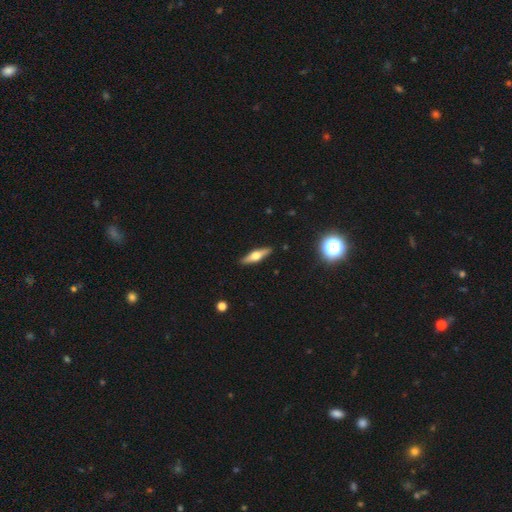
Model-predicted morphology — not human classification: Overall: featured or disk (57%; smooth 37%). Edge-on disk: yes (94%). Edge-on bulge: rounded (93%). Merging: none (90%).